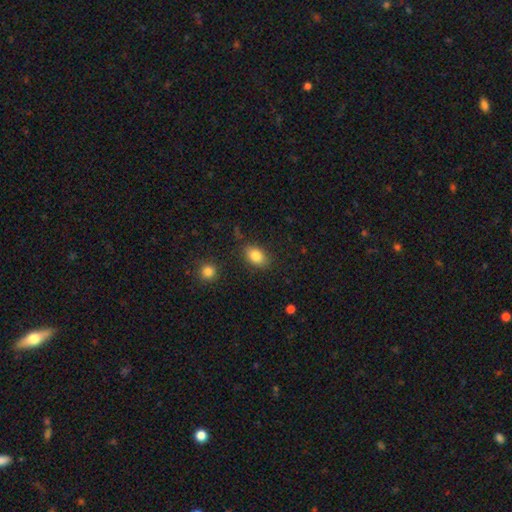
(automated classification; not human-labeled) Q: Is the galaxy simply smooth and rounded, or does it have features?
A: smooth — 83%.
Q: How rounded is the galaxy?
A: in between — 82%.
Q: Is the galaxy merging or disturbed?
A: none — 82%.